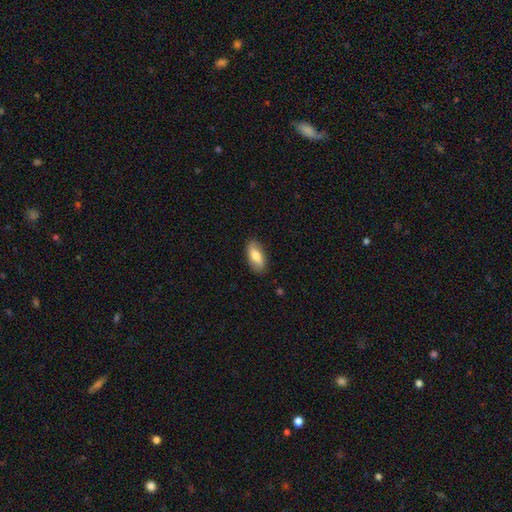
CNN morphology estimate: Smooth or featured?
  - smooth: 74% *
  - featured or disk: 20%
  - star or artifact: 6%
How rounded?
  - in between: 85% *
  - cigar-shaped: 13%
  - round: 3%
Merging?
  - none: 85% *
  - minor disturbance: 11%
  - major disturbance: 2%
  - merger: 1%